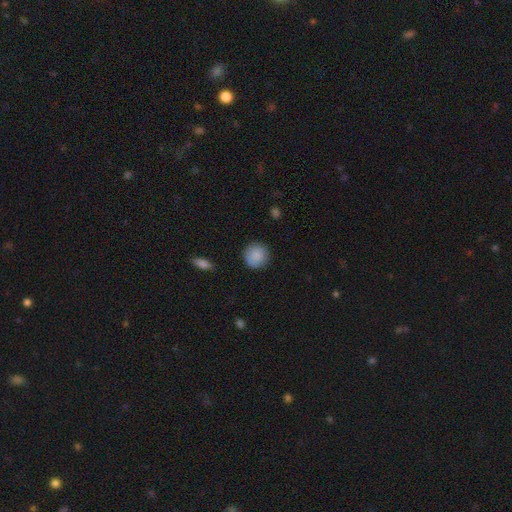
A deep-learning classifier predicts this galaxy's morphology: This appears to be a smooth galaxy with no disk features (88%) that is round (93%). Merging: none (87%).